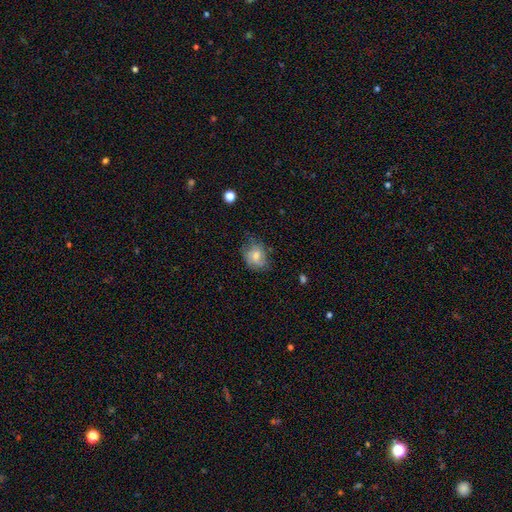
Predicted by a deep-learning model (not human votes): A smooth galaxy with no disk features (51%) that is round (52%).

Vote fractions:
- Smooth or featured? smooth: 51% / featured or disk: 38% / star or artifact: 11%
- How rounded? round: 52% / in between: 47% / cigar-shaped: 1%
- Merging? none: 62% / minor disturbance: 27% / major disturbance: 9% / merger: 1%